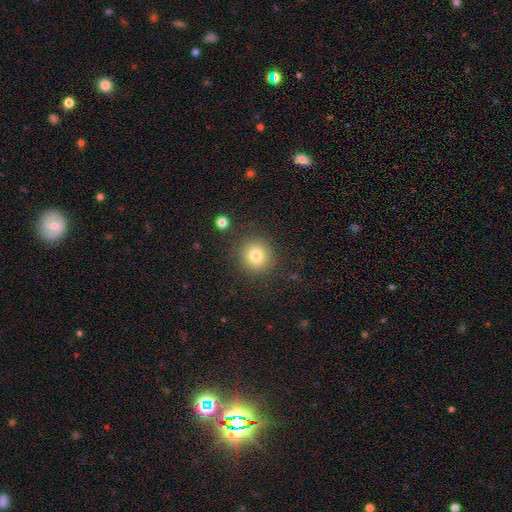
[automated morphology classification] Smooth or featured?
  - smooth: 80% *
  - star or artifact: 12%
  - featured or disk: 8%
How rounded?
  - round: 93% *
  - in between: 6%
  - cigar-shaped: 1%
Merging?
  - none: 88% *
  - minor disturbance: 7%
  - major disturbance: 3%
  - merger: 2%